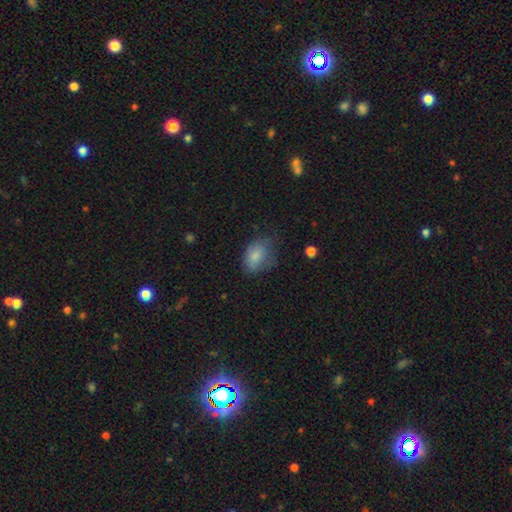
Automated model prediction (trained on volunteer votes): smooth 78%, featured or disk 13%, star or artifact 8%. Down the decision tree: how rounded — in between (82%); merging — none (49%).